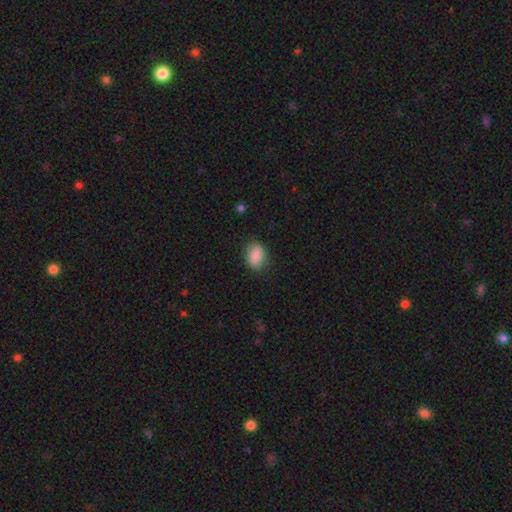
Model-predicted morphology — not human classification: This appears to be a smooth galaxy with no disk features (86%) that is in between round and cigar-shaped (78%). Merging: none (79%).